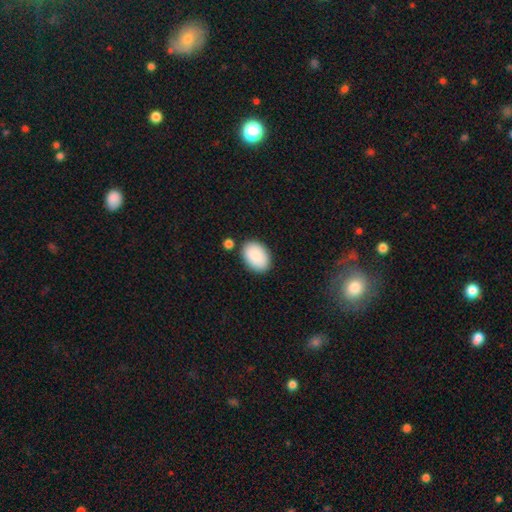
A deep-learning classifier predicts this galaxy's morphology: This is clearly a smooth galaxy (90%). How rounded: clearly in between (88%). Merging: clearly none (83%).